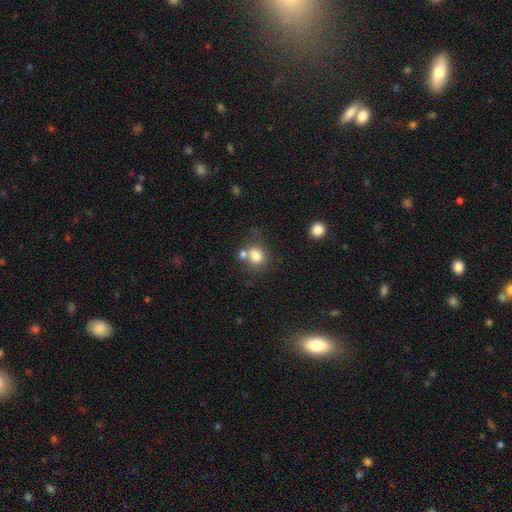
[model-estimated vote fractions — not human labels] Q: Smooth or featured?
A: smooth (80%); runner-up: star or artifact (11%)
Q: How rounded?
A: round (78%); runner-up: in between (21%)
Q: Merging?
A: none (55%); runner-up: merger (28%)